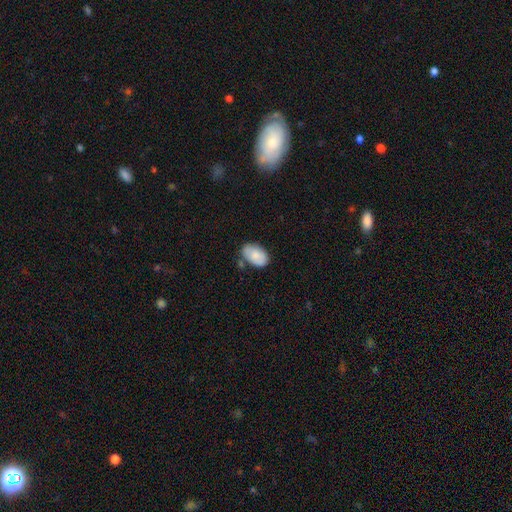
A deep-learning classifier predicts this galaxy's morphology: Overall: smooth (81%). How rounded: in between (92%). Merging: none (66%).